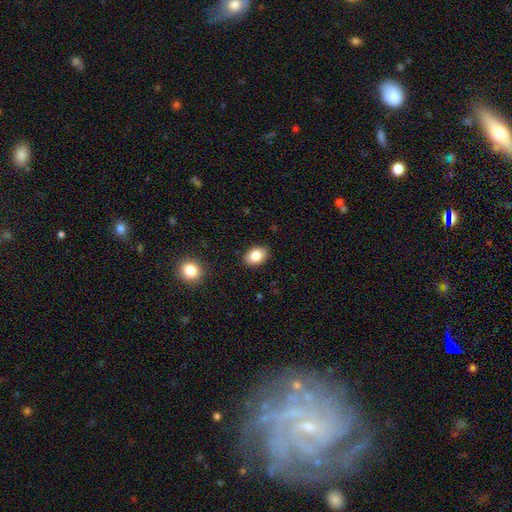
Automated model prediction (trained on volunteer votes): Smooth or featured: smooth — 84% (star or artifact — 9%)
How rounded: in between — 79% (round — 20%)
Merging: none — 88% (minor disturbance — 8%)